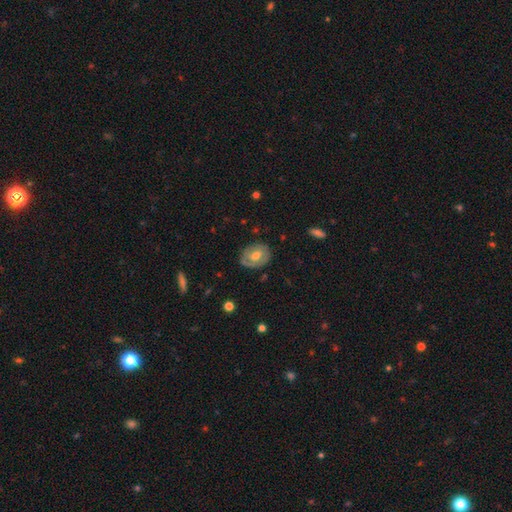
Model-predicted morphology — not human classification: Smooth or featured: featured or disk — 50% (smooth — 44%)
Merging: none — 75% (minor disturbance — 19%)